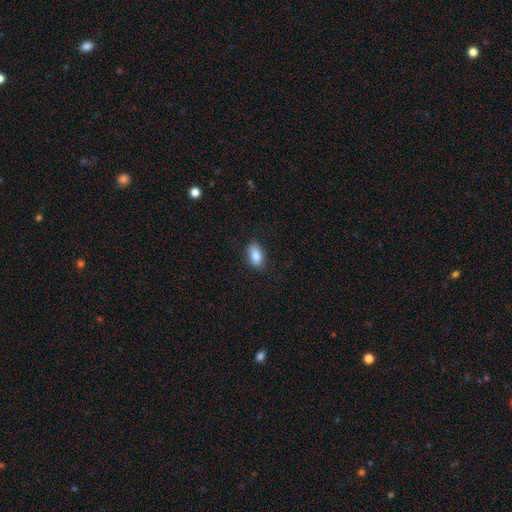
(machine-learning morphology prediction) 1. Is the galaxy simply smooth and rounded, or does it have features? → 86% smooth, 8% star or artifact, 7% featured or disk.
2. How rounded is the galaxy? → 89% in between, 8% round, 3% cigar-shaped.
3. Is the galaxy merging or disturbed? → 84% none, 12% minor disturbance, 3% major disturbance, 1% merger.